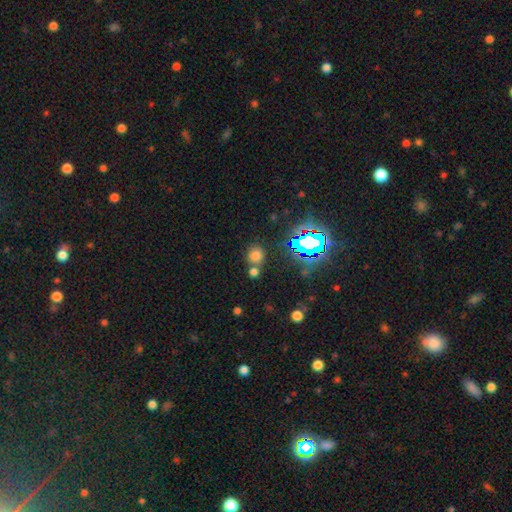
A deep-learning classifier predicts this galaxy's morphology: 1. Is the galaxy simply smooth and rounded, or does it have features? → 66% smooth, 27% star or artifact, 8% featured or disk.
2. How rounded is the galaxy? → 84% round, 15% in between, 1% cigar-shaped.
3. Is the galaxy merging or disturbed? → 63% none, 26% merger, 8% minor disturbance, 3% major disturbance.